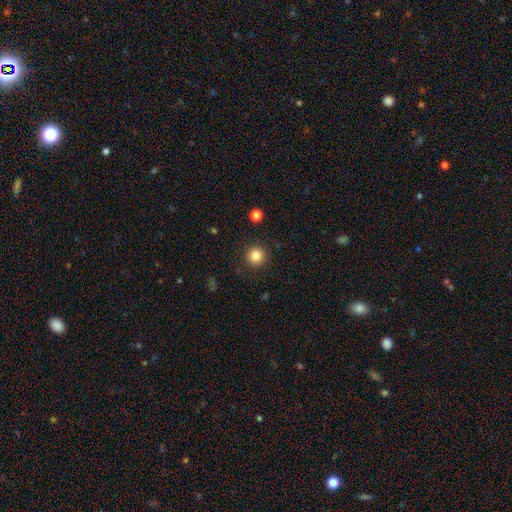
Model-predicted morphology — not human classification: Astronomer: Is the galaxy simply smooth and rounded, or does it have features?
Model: smooth — 84%.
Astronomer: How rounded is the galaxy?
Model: round — 96%.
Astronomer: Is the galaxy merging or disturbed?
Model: none — 91%.